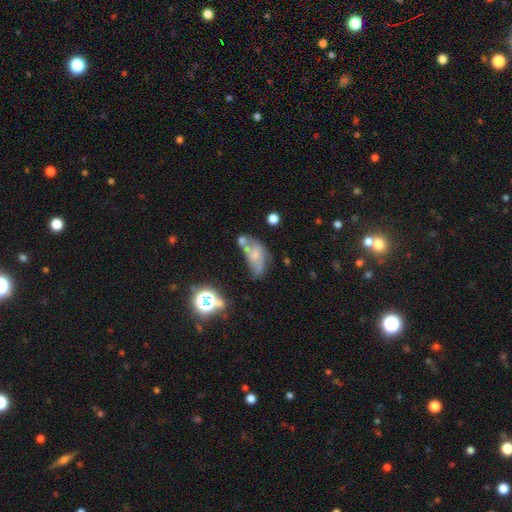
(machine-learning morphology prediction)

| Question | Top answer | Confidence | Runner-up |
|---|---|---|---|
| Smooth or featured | smooth | 43% | featured or disk (41%) |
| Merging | merger | 30% | none (25%) |